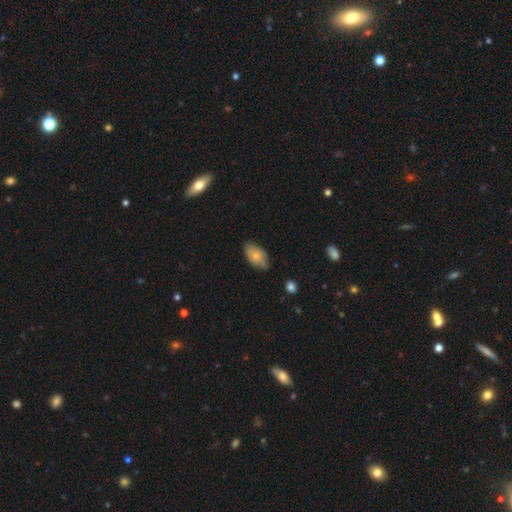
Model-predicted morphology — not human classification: smooth 78%, featured or disk 15%, star or artifact 7%. Down the decision tree: how rounded — in between (93%); merging — none (70%).